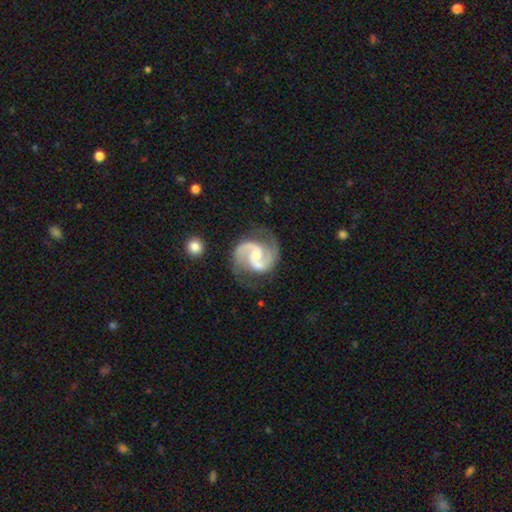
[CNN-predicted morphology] Smooth or featured: featured or disk — 92% (star or artifact — 4%)
Edge-on disk: no — 98% (yes — 2%)
Bar: no — 45% (weak — 42%)
Spiral arms: yes — 98% (no — 2%)
Spiral winding: medium — 65% (tight — 20%)
Spiral arm count: 2 — 94% (can't tell — 2%)
Bulge size: moderate — 52% (small — 42%)
Merging: none — 74% (minor disturbance — 16%)